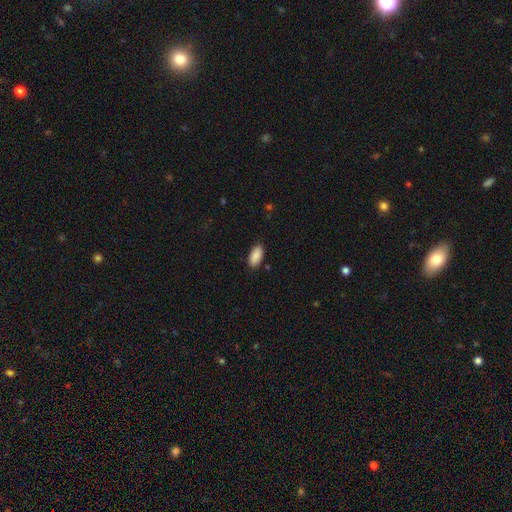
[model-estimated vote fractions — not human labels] This appears to be a smooth galaxy with no disk features (90%) that is in between round and cigar-shaped (91%). Merging: none (87%).